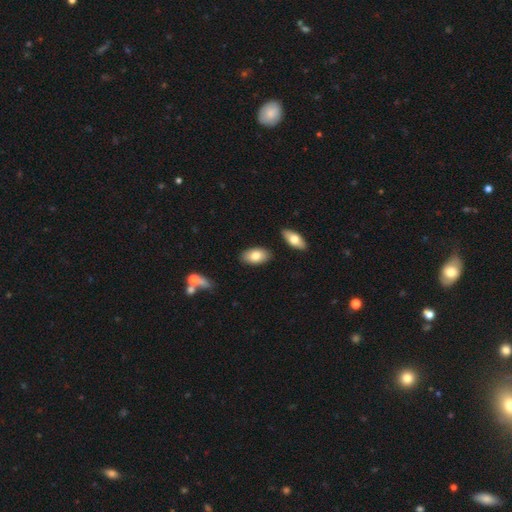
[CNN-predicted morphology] smooth_or_featured: smooth (p=0.78) [alt: featured or disk p=0.16]
how_rounded: in between (p=0.94) [alt: round p=0.04]
merging: none (p=0.84) [alt: minor disturbance p=0.10]